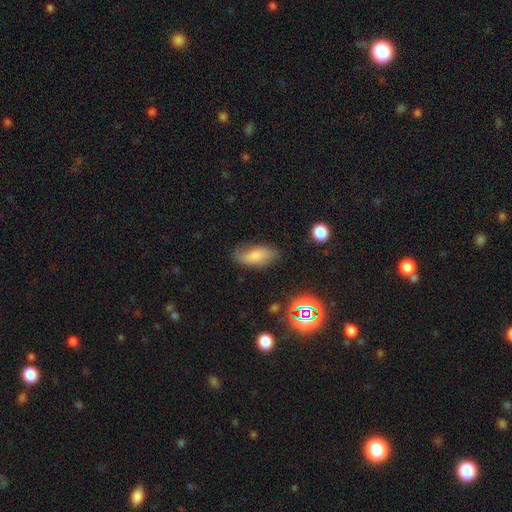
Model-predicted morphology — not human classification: Smooth or featured? smooth (66%)
How rounded? in between (87%)
Merging? none (67%)